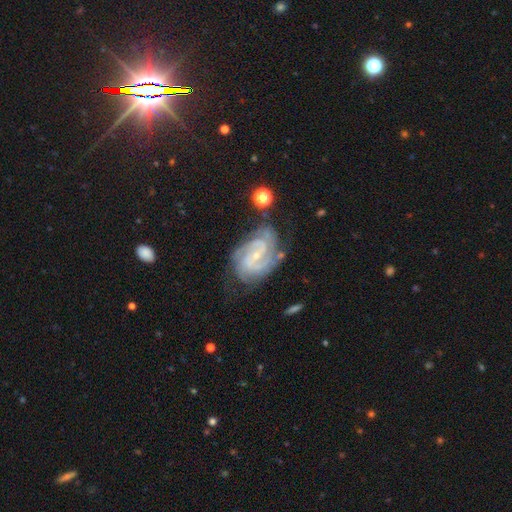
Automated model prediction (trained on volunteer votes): Smooth or featured? Predicted: featured or disk (p=0.90). Edge-on disk? Predicted: no (p=0.97). Bar? Predicted: weak (p=0.43). Spiral arms? Predicted: yes (p=0.98). Spiral winding? Predicted: tight (p=0.59). Spiral arm count? Predicted: 2 (p=0.45). Bulge size? Predicted: small (p=0.78). Merging? Predicted: none (p=0.68).